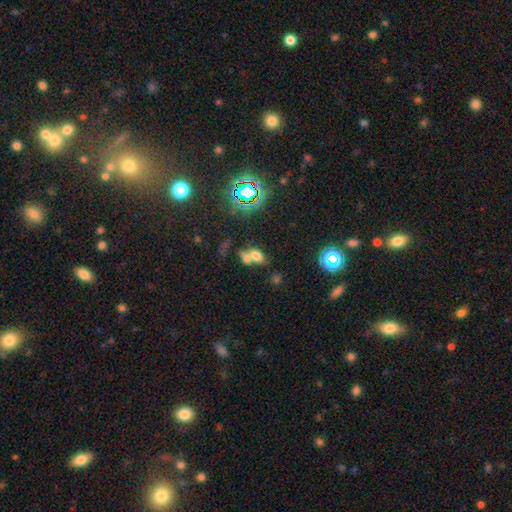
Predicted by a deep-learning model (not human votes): The model was most divided on "merging": merger: 58%, none: 29%, minor disturbance: 8%, major disturbance: 5%. More confident: how rounded — in between (81%); smooth or featured — smooth (64%).